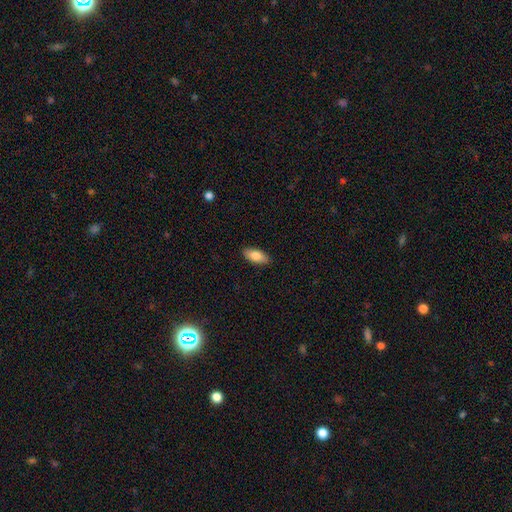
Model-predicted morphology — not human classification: Smooth or featured? Predicted: smooth (p=0.84). How rounded? Predicted: in between (p=0.88). Merging? Predicted: none (p=0.89).